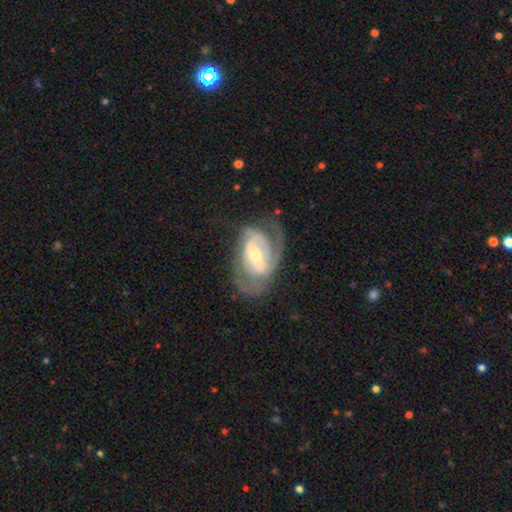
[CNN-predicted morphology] Smooth or featured? Predicted: featured or disk (p=0.82). Edge-on disk? Predicted: no (p=0.96). Bar? Predicted: weak (p=0.41). Spiral arms? Predicted: yes (p=0.85). Spiral winding? Predicted: tight (p=0.45). Spiral arm count? Predicted: 2 (p=0.57). Bulge size? Predicted: moderate (p=0.50). Merging? Predicted: none (p=0.57).